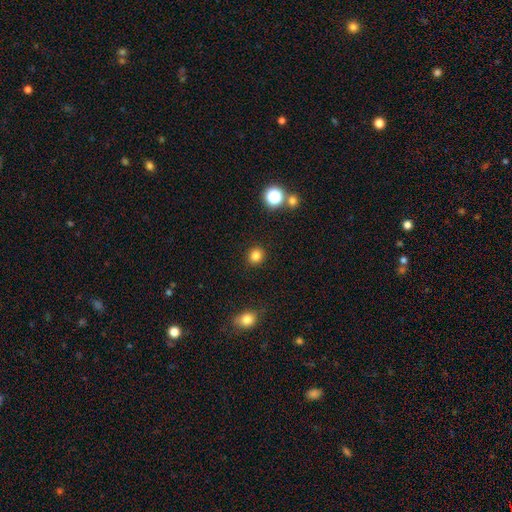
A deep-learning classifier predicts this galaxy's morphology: Smooth or featured: smooth — 83% (star or artifact — 13%)
How rounded: round — 85% (in between — 14%)
Merging: none — 90% (minor disturbance — 6%)